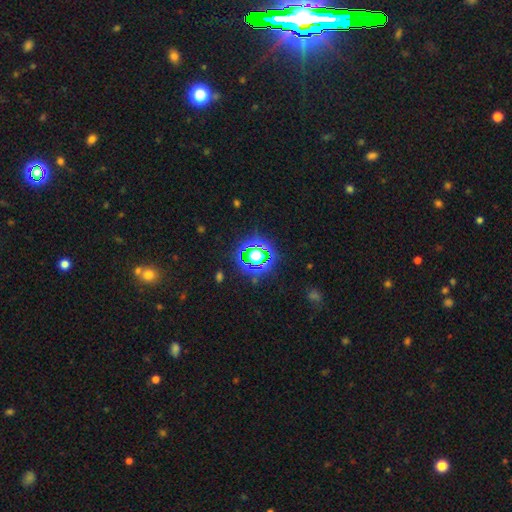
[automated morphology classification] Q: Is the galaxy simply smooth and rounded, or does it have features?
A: star or artifact — 58%.